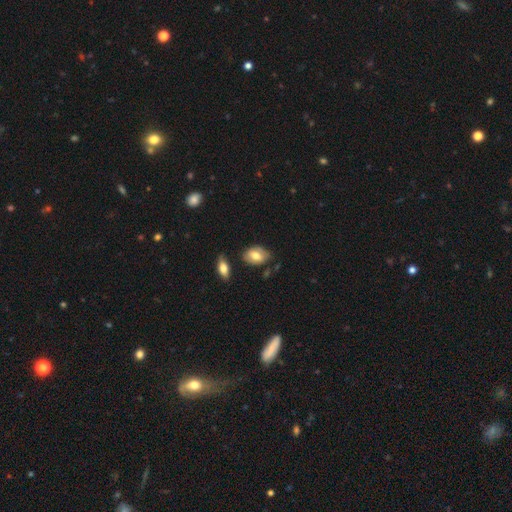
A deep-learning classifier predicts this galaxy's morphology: type=smooth (69%); roundness=in between (87%); merging=none (70%).